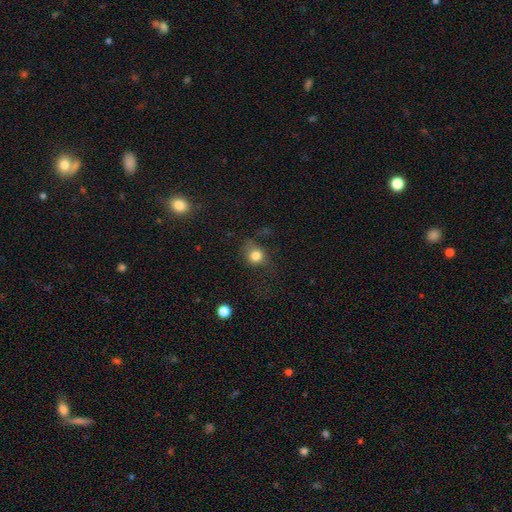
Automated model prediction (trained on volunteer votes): A smooth galaxy with no disk features (79%) that is round (74%). Merging: none (55%).